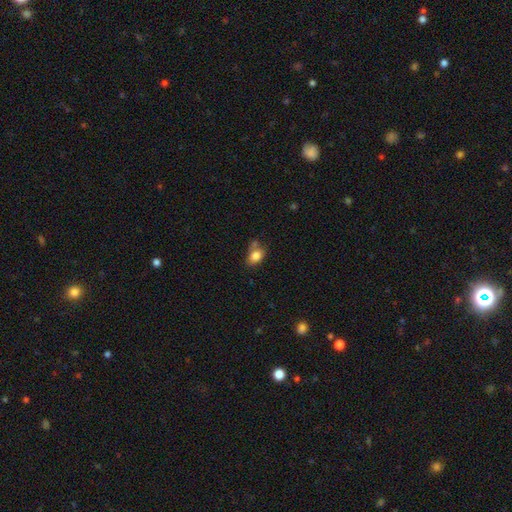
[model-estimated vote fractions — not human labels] A smooth galaxy with no disk features (82%) that is in between round and cigar-shaped (74%). Merging: none (54%).